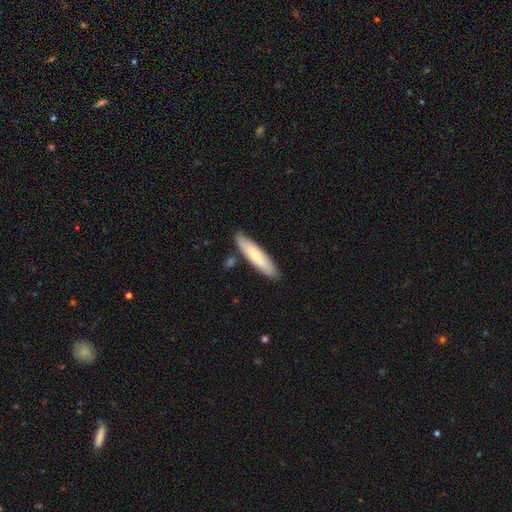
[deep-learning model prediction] smooth 63%, featured or disk 32%, star or artifact 5%. Down the decision tree: how rounded — cigar-shaped (77%); merging — none (84%).